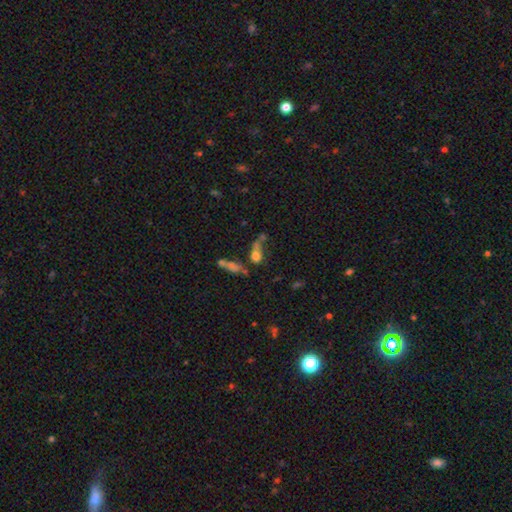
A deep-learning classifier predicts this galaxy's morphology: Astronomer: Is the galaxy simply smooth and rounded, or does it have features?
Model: smooth — 63%.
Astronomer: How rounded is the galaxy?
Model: in between — 52% (runner-up: round, 36%).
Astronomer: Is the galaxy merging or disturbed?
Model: merger — 40% (runner-up: none, 27%).